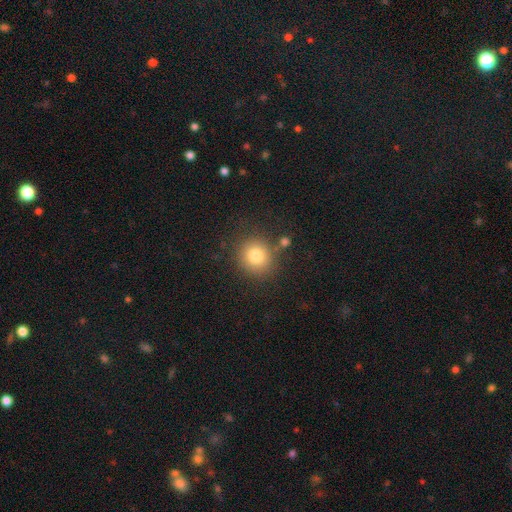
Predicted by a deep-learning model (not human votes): A smooth galaxy with no disk features (79%) that is round (89%).

Vote fractions:
- Smooth or featured? smooth: 79% / star or artifact: 12% / featured or disk: 9%
- How rounded? round: 89% / in between: 10% / cigar-shaped: 1%
- Merging? none: 82% / minor disturbance: 9% / merger: 5% / major disturbance: 4%